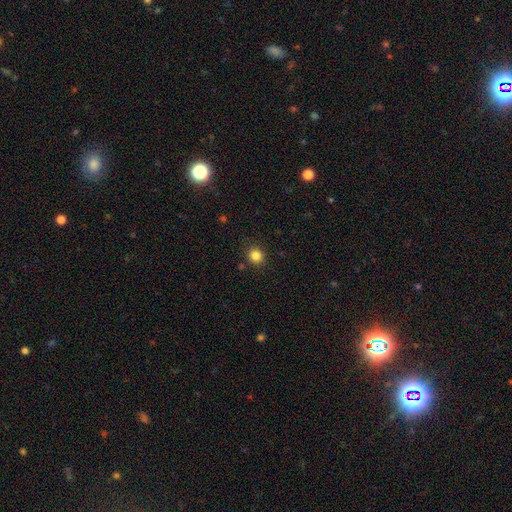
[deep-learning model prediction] Smooth or featured? smooth (83%)
How rounded? round (88%)
Merging? none (88%)